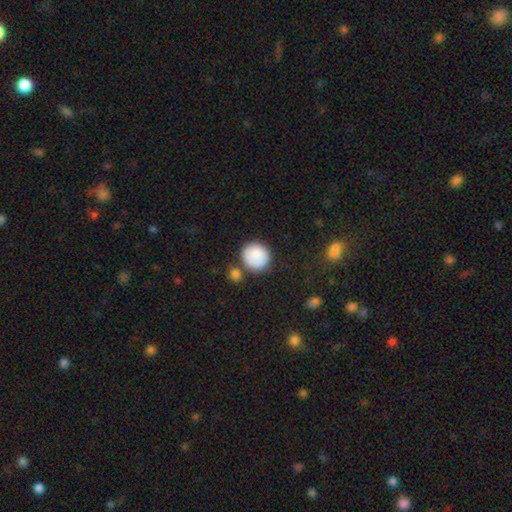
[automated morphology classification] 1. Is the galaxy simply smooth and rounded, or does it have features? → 80% smooth, 13% featured or disk, 8% star or artifact.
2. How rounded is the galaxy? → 89% round, 10% in between, 1% cigar-shaped.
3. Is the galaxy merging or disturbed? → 67% none, 16% minor disturbance, 12% merger, 5% major disturbance.